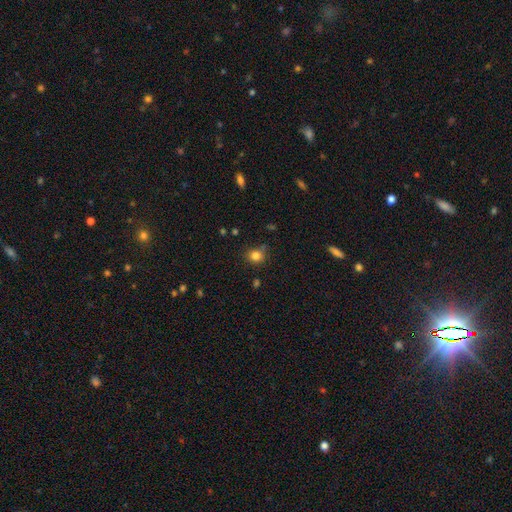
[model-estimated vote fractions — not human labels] A smooth galaxy with no disk features (82%) that is round (81%). Merging: none (78%).